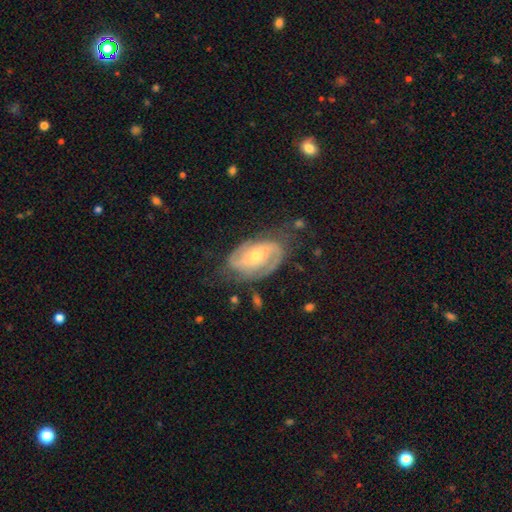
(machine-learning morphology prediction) Smooth or featured? Predicted: featured or disk (p=0.84). Edge-on disk? Predicted: no (p=0.97). Bar? Predicted: no (p=0.46). Spiral arms? Predicted: yes (p=0.95). Spiral winding? Predicted: medium (p=0.43, tied with tight). Spiral arm count? Predicted: 2 (p=0.68). Bulge size? Predicted: small (p=0.54). Merging? Predicted: none (p=0.67).